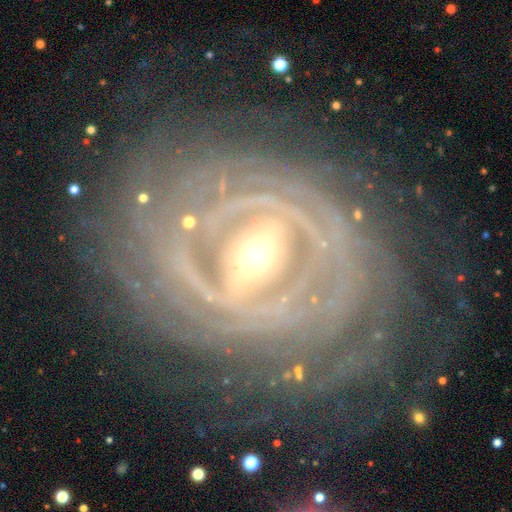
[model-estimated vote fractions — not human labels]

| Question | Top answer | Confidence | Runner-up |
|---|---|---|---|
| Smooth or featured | featured or disk | 87% | star or artifact (7%) |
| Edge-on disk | no | 94% | yes (6%) |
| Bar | strong | 57% | weak (32%) |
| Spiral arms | yes | 89% | no (11%) |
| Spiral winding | tight | 79% | medium (16%) |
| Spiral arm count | can't tell | 43% | 2 (14%) |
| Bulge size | moderate | 52% | small (40%) |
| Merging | none | 75% | minor disturbance (14%) |